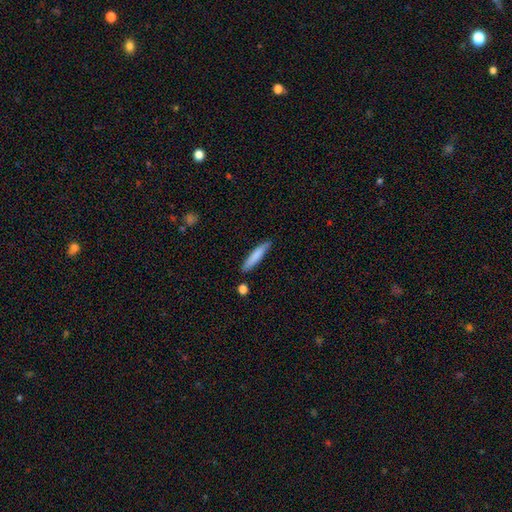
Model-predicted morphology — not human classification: This is likely a smooth galaxy (78%). How rounded: clearly cigar-shaped (89%). Merging: clearly none (83%).